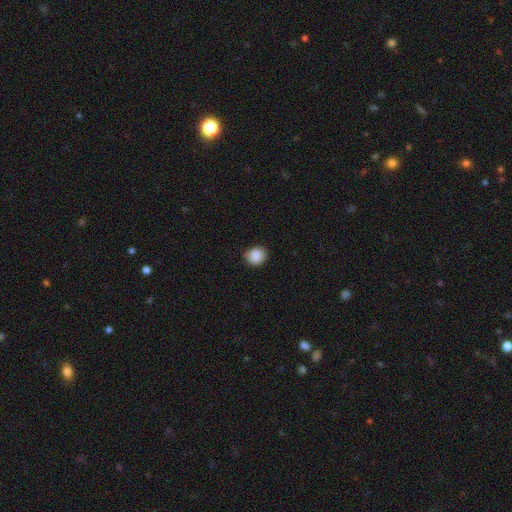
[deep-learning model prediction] smooth_or_featured: smooth (p=0.89) [alt: star or artifact p=0.08]
how_rounded: round (p=0.67) [alt: in between p=0.32]
merging: none (p=0.83) [alt: minor disturbance p=0.14]